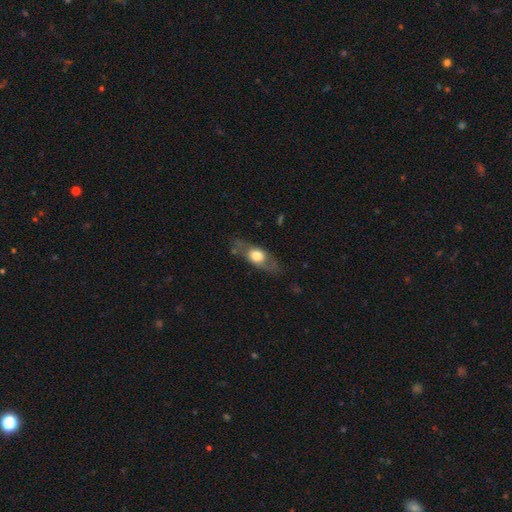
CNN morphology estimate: Smooth or featured? Predicted: smooth (p=0.52). How rounded? Predicted: in between (p=0.66). Merging? Predicted: none (p=0.67).